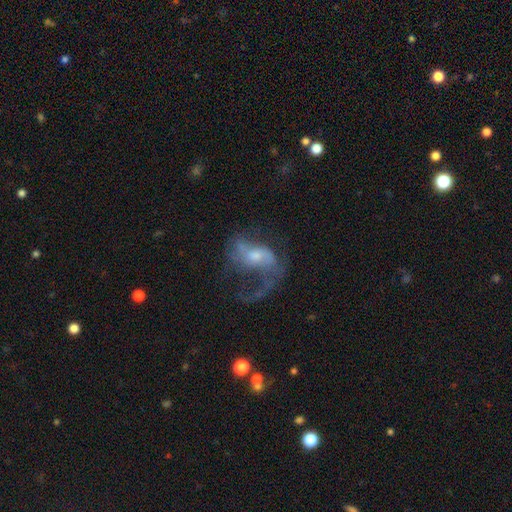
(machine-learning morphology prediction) type=featured or disk (75%); edge-on=no (96%); bar=no (50%); spiral arms=yes (82%); winding=loose (67%); arm count=2 (54%); bulge=moderate (44%); merging=major disturbance (47%).